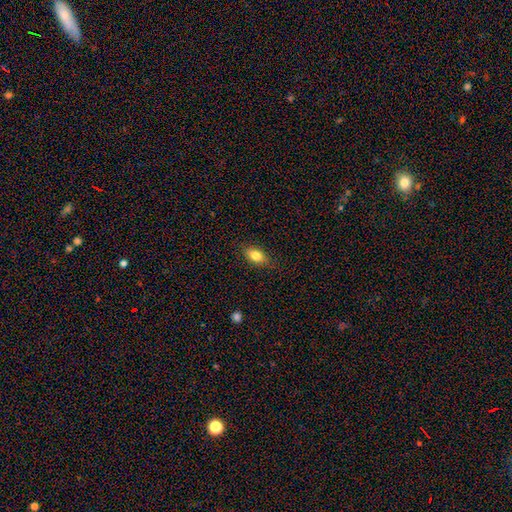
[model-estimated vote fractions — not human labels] This is clearly a smooth galaxy (81%). How rounded: clearly in between (85%). Merging: clearly none (83%).